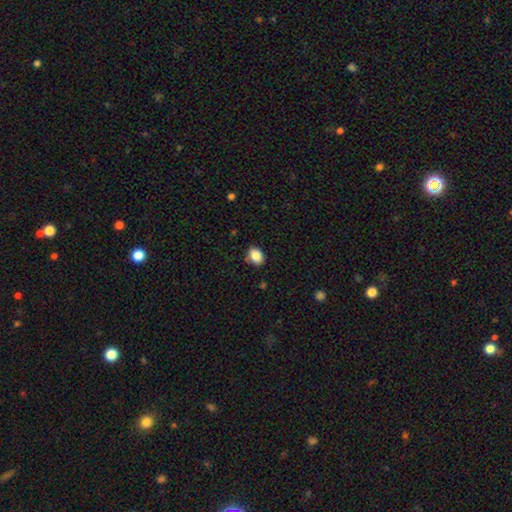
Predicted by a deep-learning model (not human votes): Smooth or featured: smooth — 86% (star or artifact — 9%)
How rounded: in between — 60% (round — 39%)
Merging: none — 84% (minor disturbance — 12%)